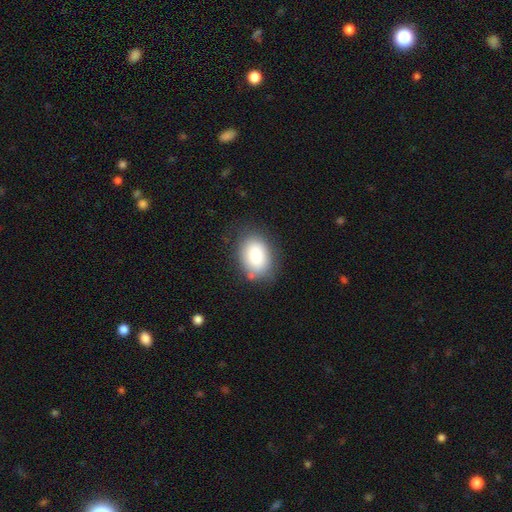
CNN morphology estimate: Overall: smooth (83%). How rounded: in between (80%). Merging: none (75%).